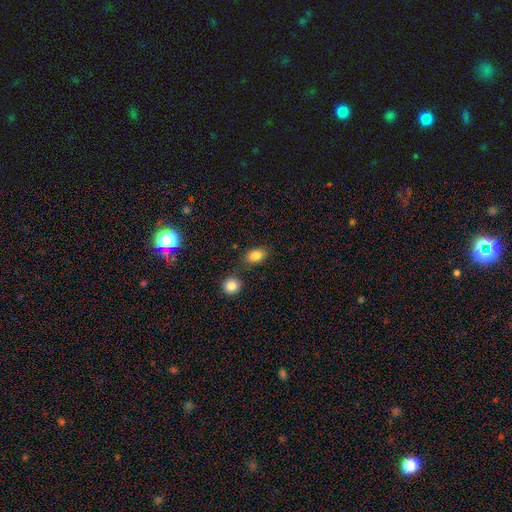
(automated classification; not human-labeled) Q: Smooth or featured?
A: smooth (85%); runner-up: star or artifact (9%)
Q: How rounded?
A: in between (82%); runner-up: round (16%)
Q: Merging?
A: none (78%); runner-up: minor disturbance (12%)